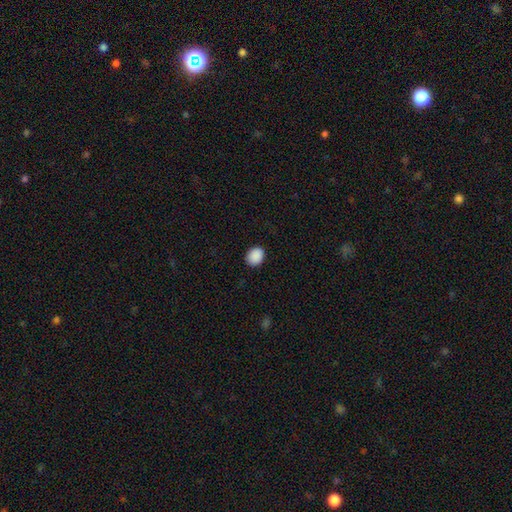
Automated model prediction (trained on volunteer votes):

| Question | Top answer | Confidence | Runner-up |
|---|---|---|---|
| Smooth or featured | smooth | 90% | star or artifact (8%) |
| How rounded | round | 50% | in between (49%) |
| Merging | none | 88% | minor disturbance (9%) |